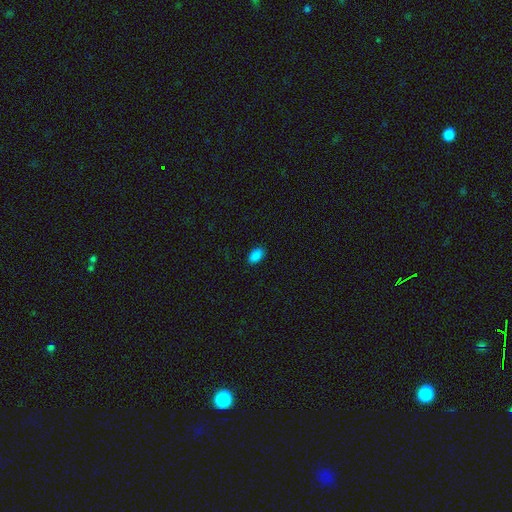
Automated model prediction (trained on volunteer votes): Smooth or featured? Predicted: smooth (p=0.88). How rounded? Predicted: in between (p=0.92). Merging? Predicted: none (p=0.88).